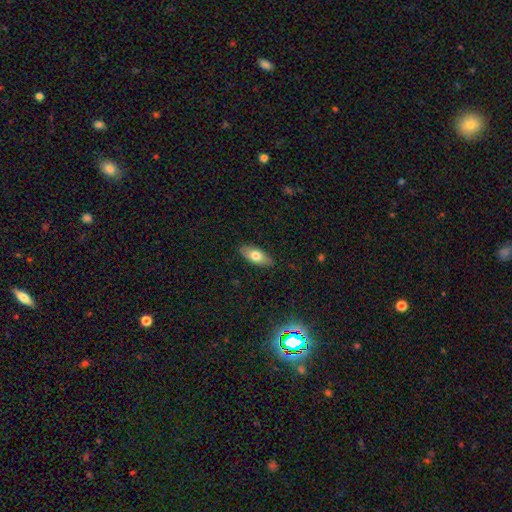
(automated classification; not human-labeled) smooth-or-featured: smooth: 73% | featured or disk: 20% | star or artifact: 7%
  how-rounded: in between: 82% | cigar-shaped: 15% | round: 3%
  merging: none: 87% | minor disturbance: 10% | major disturbance: 2% | merger: 1%